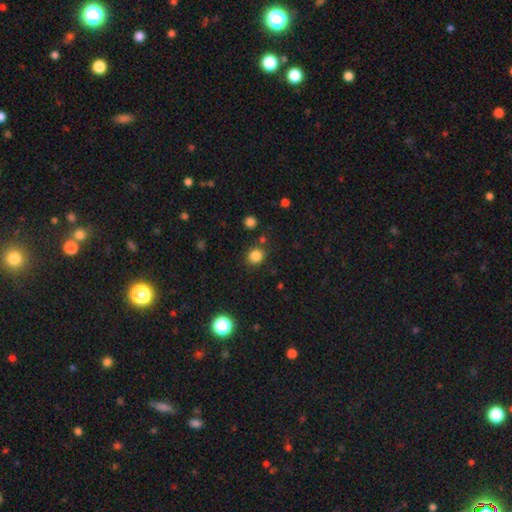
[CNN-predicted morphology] Smooth or featured? smooth (83%)
How rounded? round (84%)
Merging? none (84%)